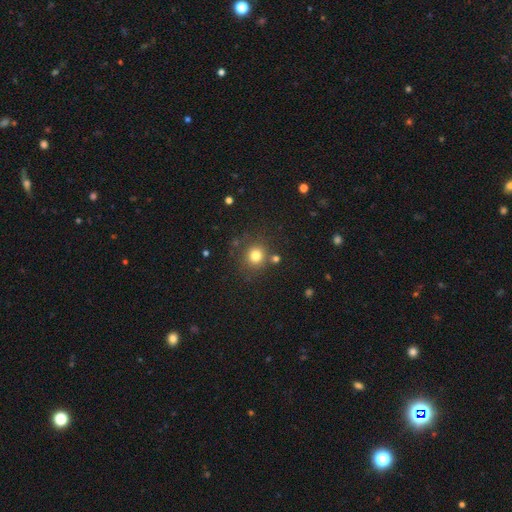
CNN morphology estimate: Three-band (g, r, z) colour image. It shows a smooth galaxy with no disk features (78%) that is round (89%). Merging: none (80%).